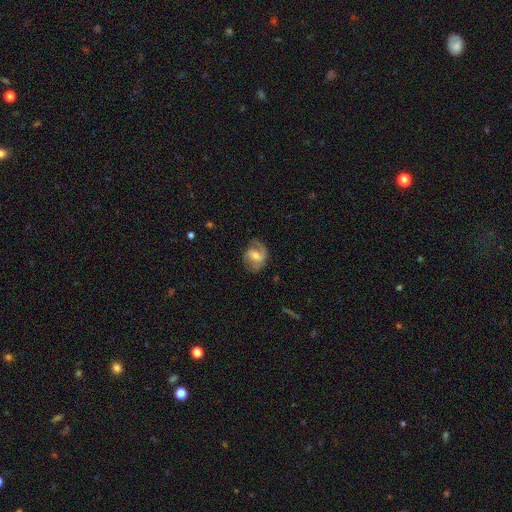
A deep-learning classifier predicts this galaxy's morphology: smooth_or_featured: featured or disk (p=0.73) [alt: smooth p=0.21]
disk_edge_on: no (p=0.97) [alt: yes p=0.03]
bar: weak (p=0.52) [alt: no p=0.25]
has_spiral_arms: yes (p=0.91) [alt: no p=0.09]
spiral_winding: medium (p=0.48) [alt: loose p=0.29]
spiral_arm_count: 2 (p=0.74) [alt: 1 p=0.13]
bulge_size: moderate (p=0.47) [alt: small p=0.40]
merging: none (p=0.66) [alt: minor disturbance p=0.21]